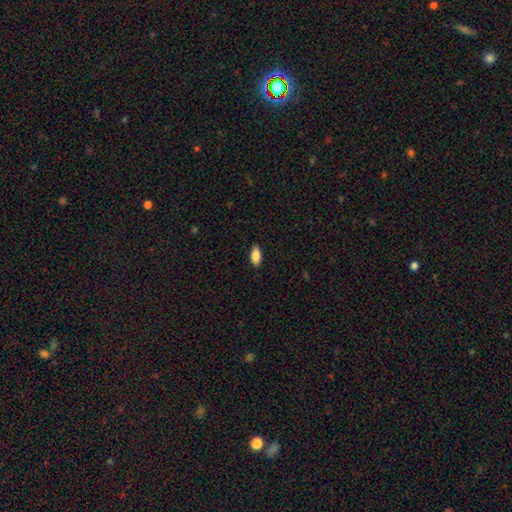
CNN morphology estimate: smooth-or-featured: smooth: 87% | star or artifact: 7% | featured or disk: 6%
  how-rounded: in between: 88% | cigar-shaped: 9% | round: 3%
  merging: none: 88% | minor disturbance: 9% | major disturbance: 2% | merger: 1%